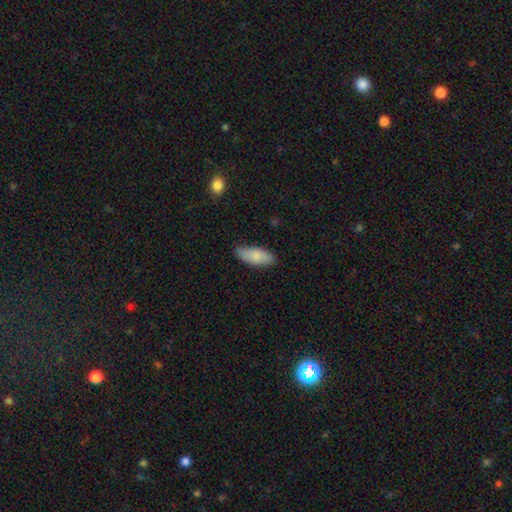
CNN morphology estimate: This is clearly a smooth galaxy (83%). How rounded: clearly in between (82%). Merging: likely none (78%).